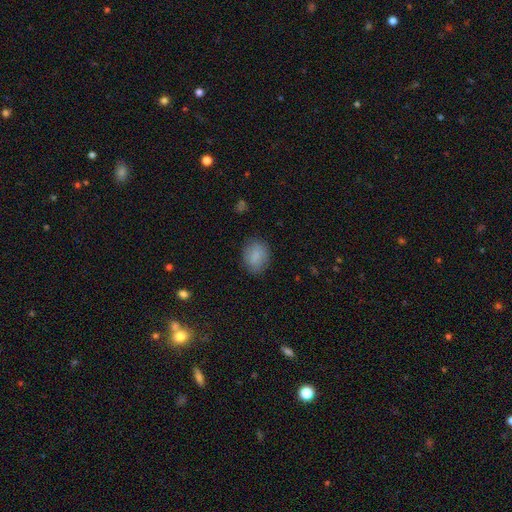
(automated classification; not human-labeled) Q: Smooth or featured?
A: smooth (85%); runner-up: star or artifact (8%)
Q: How rounded?
A: in between (57%); runner-up: round (41%)
Q: Merging?
A: none (81%); runner-up: minor disturbance (14%)